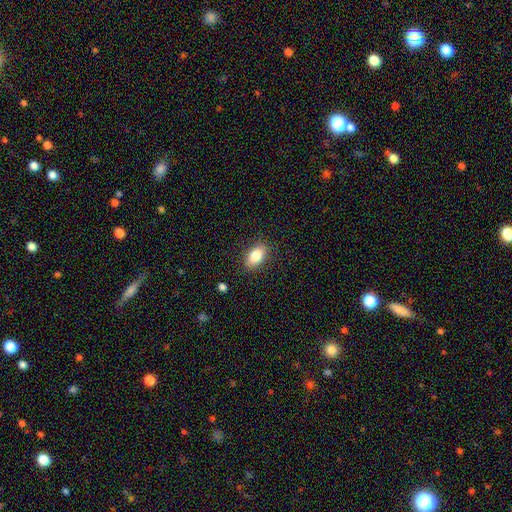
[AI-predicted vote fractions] This appears to be a smooth galaxy with no disk features (82%) that is in between round and cigar-shaped (89%). Merging: none (86%).